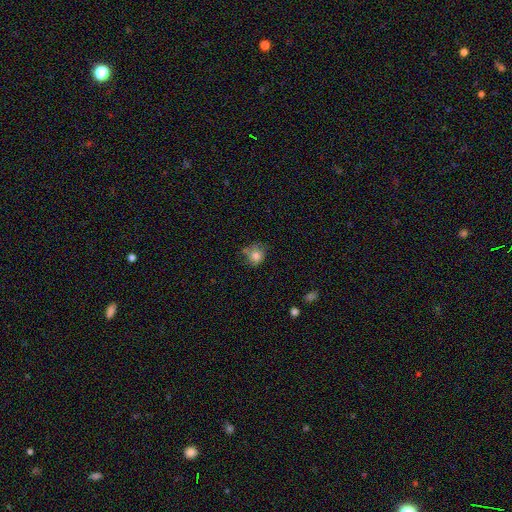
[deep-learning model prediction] Morphology: type=smooth (80%); roundness=round (75%); merging=none (51%).